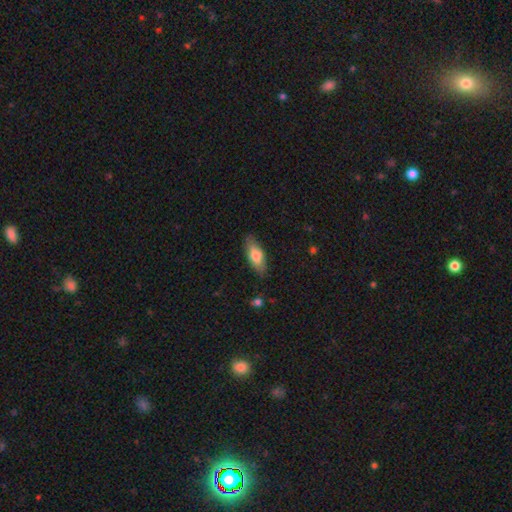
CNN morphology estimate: This appears to be a smooth galaxy with no disk features (73%) that is in between round and cigar-shaped (71%). Merging: none (84%).